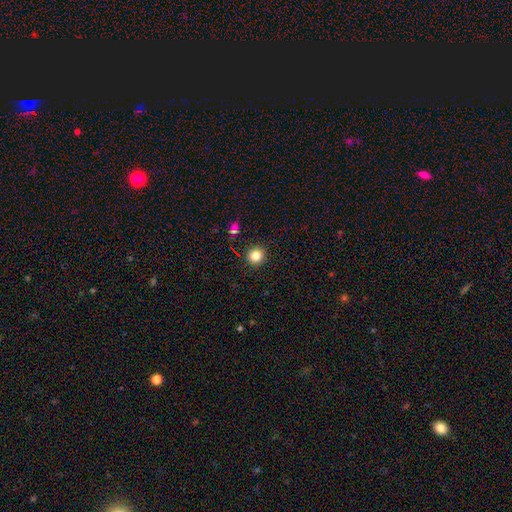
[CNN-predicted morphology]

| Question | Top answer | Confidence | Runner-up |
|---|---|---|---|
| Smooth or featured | smooth | 82% | star or artifact (12%) |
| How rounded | round | 92% | in between (7%) |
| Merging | none | 91% | minor disturbance (5%) |